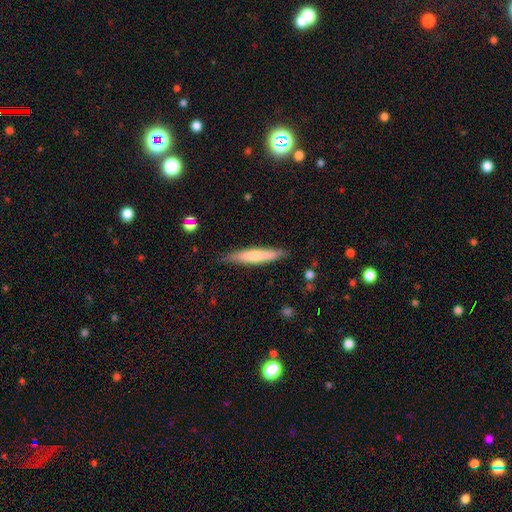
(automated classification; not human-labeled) Morphology: type=smooth (66%); roundness=cigar-shaped (91%); merging=none (85%).